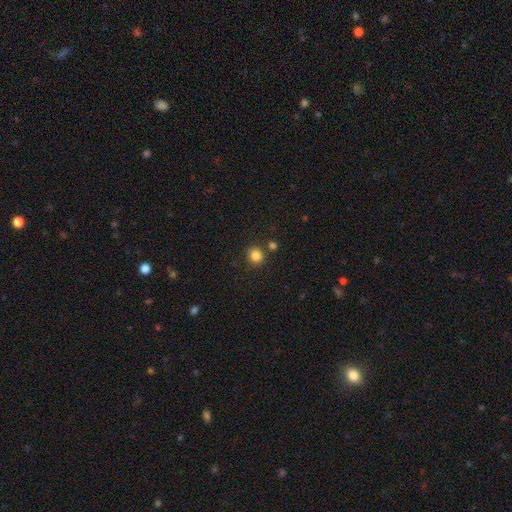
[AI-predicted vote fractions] smooth 83%, star or artifact 12%, featured or disk 5%. Down the decision tree: how rounded — round (85%); merging — none (81%).